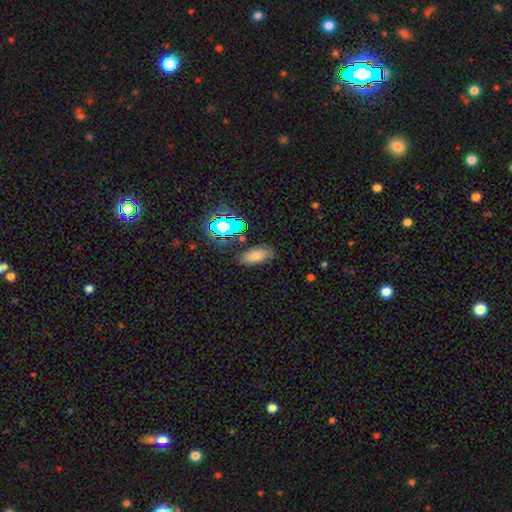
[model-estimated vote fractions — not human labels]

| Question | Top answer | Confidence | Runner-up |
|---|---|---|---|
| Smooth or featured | smooth | 70% | star or artifact (19%) |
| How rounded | in between | 89% | cigar-shaped (7%) |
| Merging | none | 80% | minor disturbance (13%) |